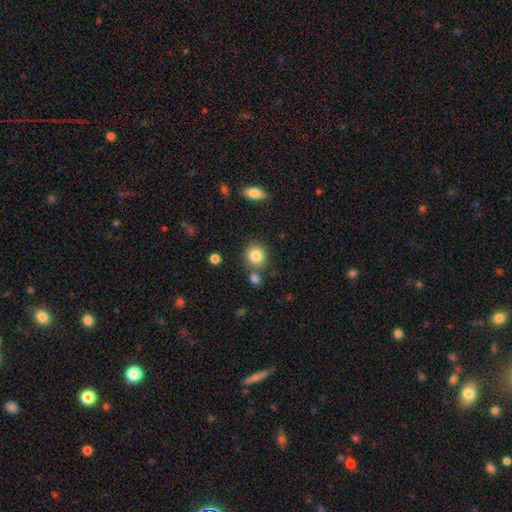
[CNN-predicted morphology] smooth-or-featured: smooth: 84% | star or artifact: 9% | featured or disk: 7%
  how-rounded: round: 84% | in between: 15% | cigar-shaped: 1%
  merging: none: 73% | merger: 13% | minor disturbance: 10% | major disturbance: 3%